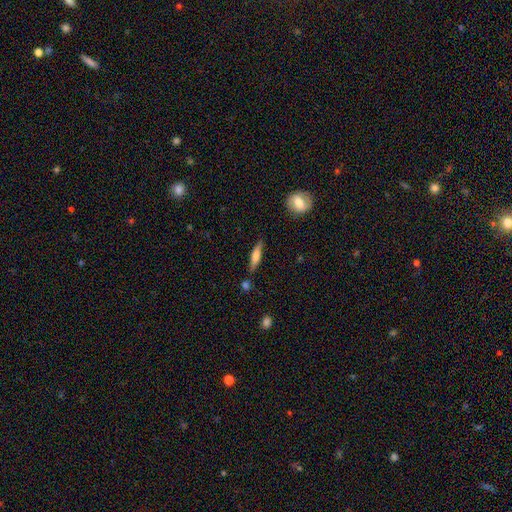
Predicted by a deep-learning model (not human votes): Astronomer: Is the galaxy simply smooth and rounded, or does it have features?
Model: smooth — 55% (runner-up: featured or disk, 39%).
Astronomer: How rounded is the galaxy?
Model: cigar-shaped — 75%.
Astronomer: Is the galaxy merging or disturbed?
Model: none — 82%.